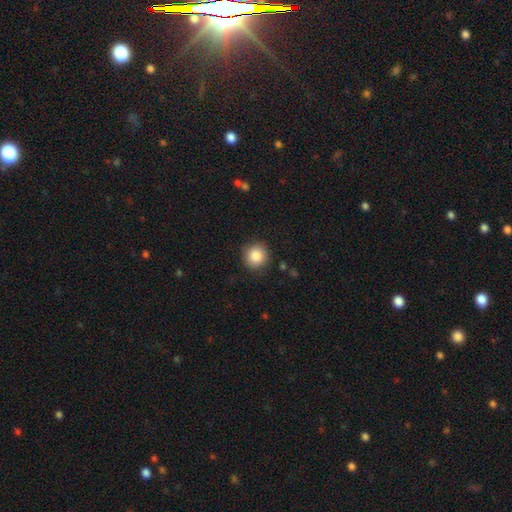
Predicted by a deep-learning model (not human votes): Smooth or featured? smooth (86%)
How rounded? round (92%)
Merging? none (88%)